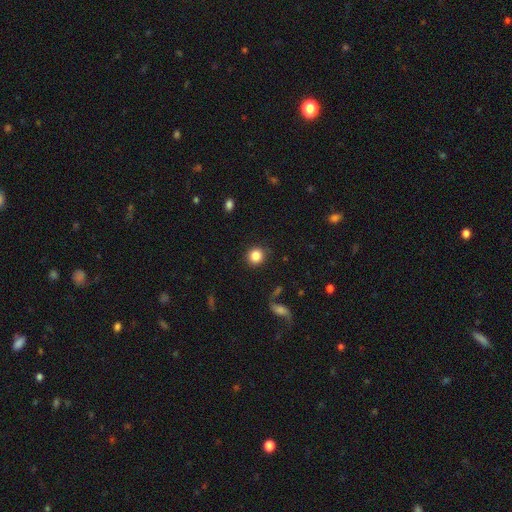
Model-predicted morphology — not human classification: This is clearly a smooth galaxy (85%). How rounded: clearly round (91%). Merging: clearly none (88%).